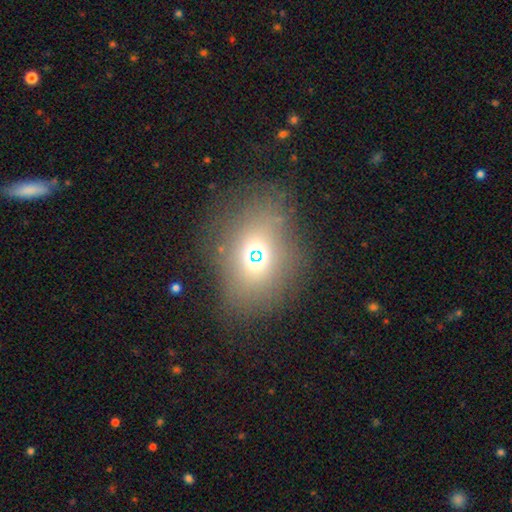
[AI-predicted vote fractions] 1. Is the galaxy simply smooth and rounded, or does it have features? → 48% smooth, 33% star or artifact, 19% featured or disk.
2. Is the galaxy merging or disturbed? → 77% none, 13% minor disturbance, 8% major disturbance, 3% merger.